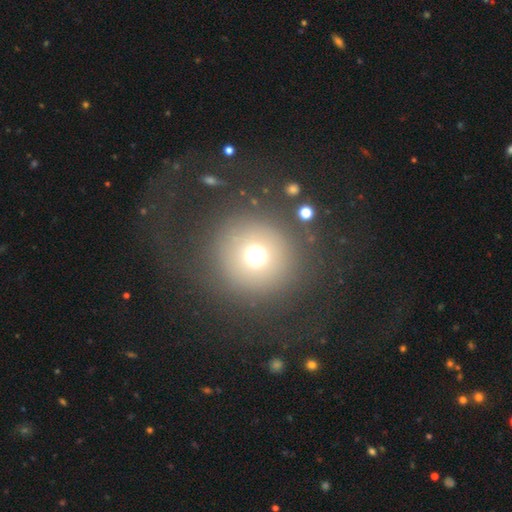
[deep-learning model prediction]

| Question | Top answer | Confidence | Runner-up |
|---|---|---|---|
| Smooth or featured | smooth | 69% | star or artifact (20%) |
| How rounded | round | 95% | in between (4%) |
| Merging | none | 83% | minor disturbance (8%) |